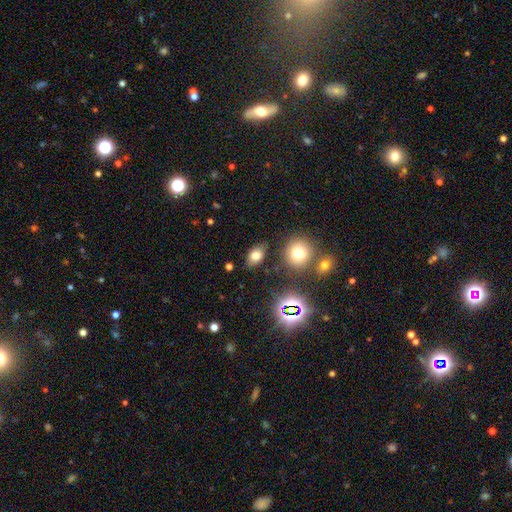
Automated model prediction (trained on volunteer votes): The model was most divided on "smooth or featured": smooth: 73%, star or artifact: 15%, featured or disk: 12%. More confident: how rounded — in between (81%); merging — none (81%).